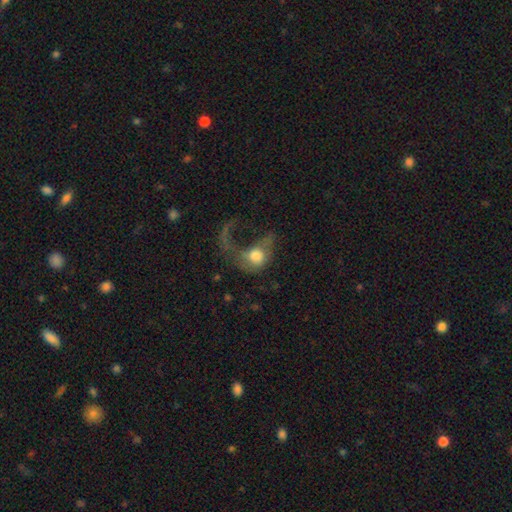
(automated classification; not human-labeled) smooth 53%, featured or disk 37%, star or artifact 10%. Down the decision tree: how rounded — round (53%); merging — major disturbance (71%).